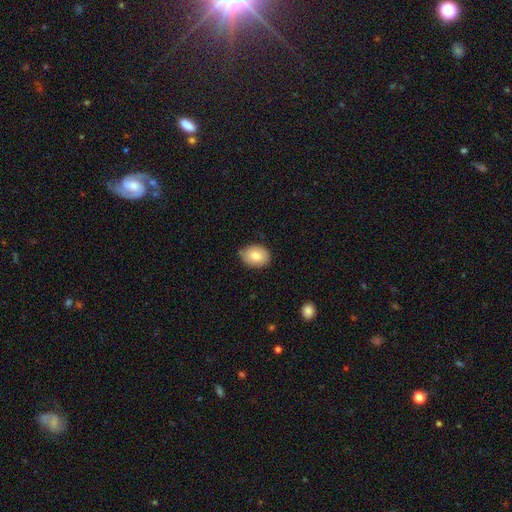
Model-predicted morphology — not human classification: The model was most divided on "how rounded": in between: 69%, round: 30%, cigar-shaped: 1%. More confident: smooth or featured — smooth (80%); merging — none (75%).